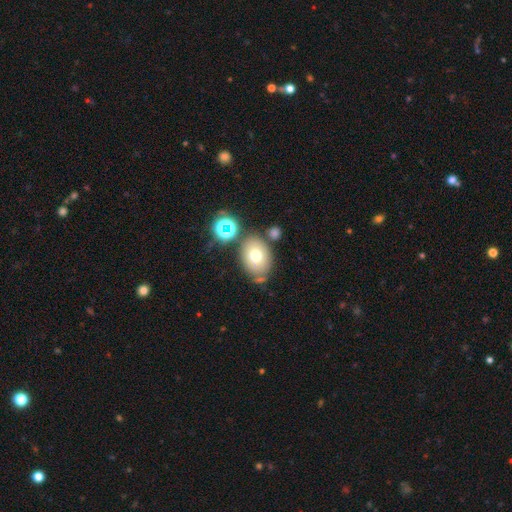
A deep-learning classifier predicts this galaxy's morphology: Smooth or featured?
  - smooth: 70% *
  - featured or disk: 17%
  - star or artifact: 13%
How rounded?
  - in between: 69% *
  - round: 30%
  - cigar-shaped: 1%
Merging?
  - none: 71% *
  - minor disturbance: 14%
  - merger: 10%
  - major disturbance: 5%